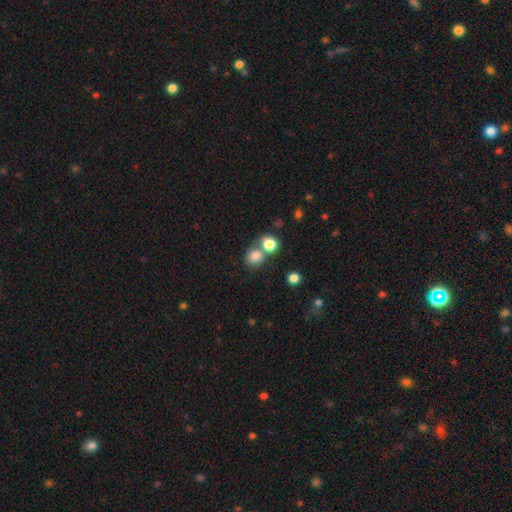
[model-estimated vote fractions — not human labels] This is clearly a smooth galaxy (81%). How rounded: likely round (69%). Merging: marginally merger (44%).